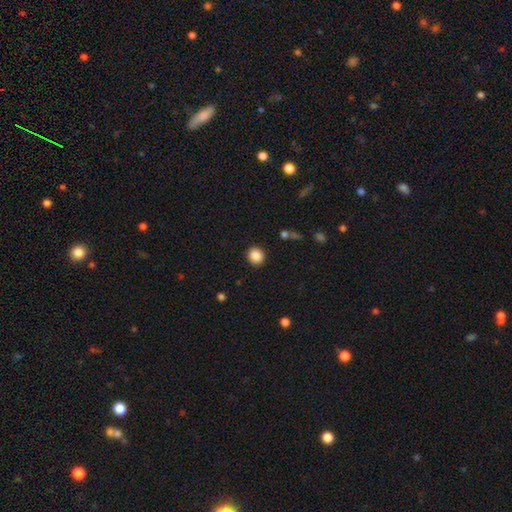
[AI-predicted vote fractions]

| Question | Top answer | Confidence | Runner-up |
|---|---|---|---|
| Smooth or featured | smooth | 87% | star or artifact (10%) |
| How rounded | round | 84% | in between (15%) |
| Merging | none | 91% | minor disturbance (6%) |